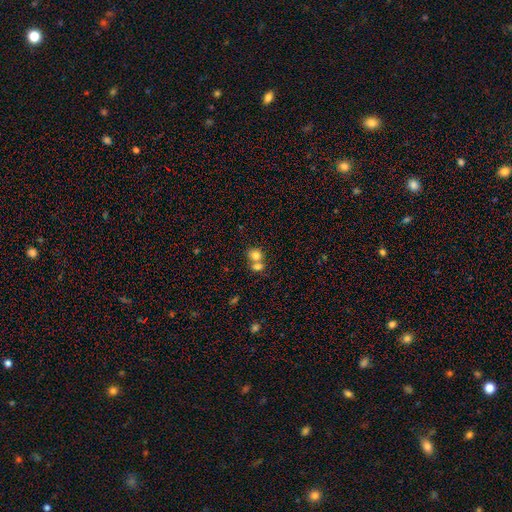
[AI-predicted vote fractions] A smooth galaxy with no disk features (79%) that is round (67%). Merging: merger (55%).